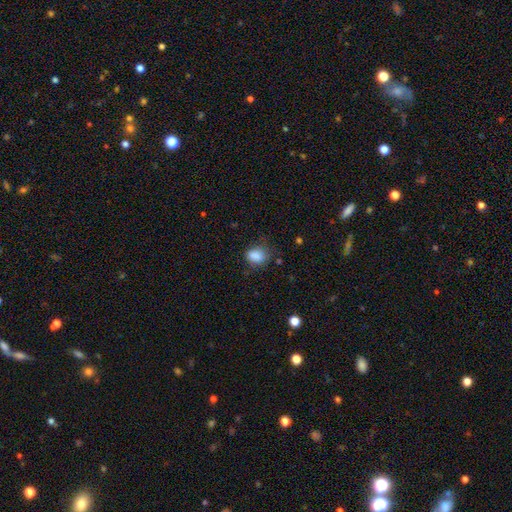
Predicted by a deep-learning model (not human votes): Smooth or featured? Predicted: smooth (p=0.86). How rounded? Predicted: in between (p=0.62). Merging? Predicted: none (p=0.65).